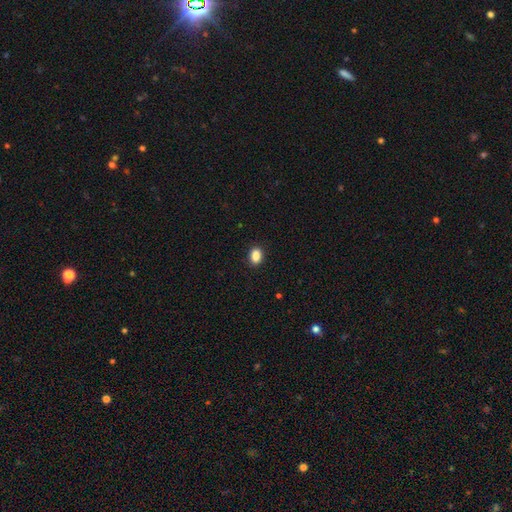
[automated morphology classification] smooth_or_featured: smooth (p=0.88) [alt: star or artifact p=0.09]
how_rounded: in between (p=0.79) [alt: round p=0.19]
merging: none (p=0.89) [alt: minor disturbance p=0.08]